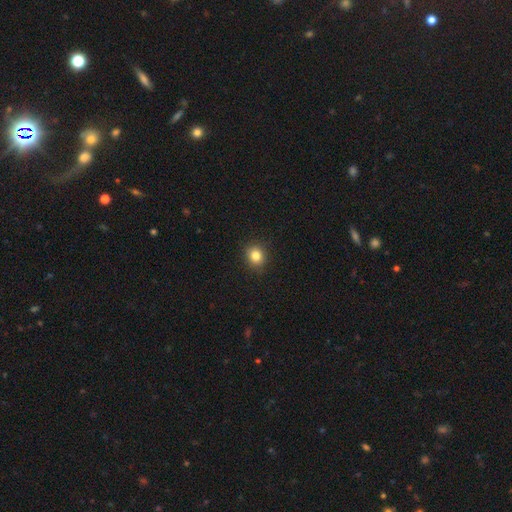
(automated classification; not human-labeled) The model was most divided on "how rounded": round: 76%, in between: 23%, cigar-shaped: 1%. More confident: merging — none (89%); smooth or featured — smooth (83%).